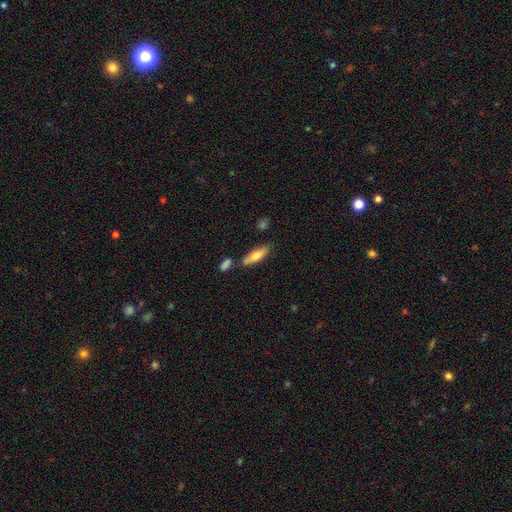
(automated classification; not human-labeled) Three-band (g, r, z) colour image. It shows a smooth galaxy with no disk features (68%) that is cigar-shaped (51%). Merging: none (68%).